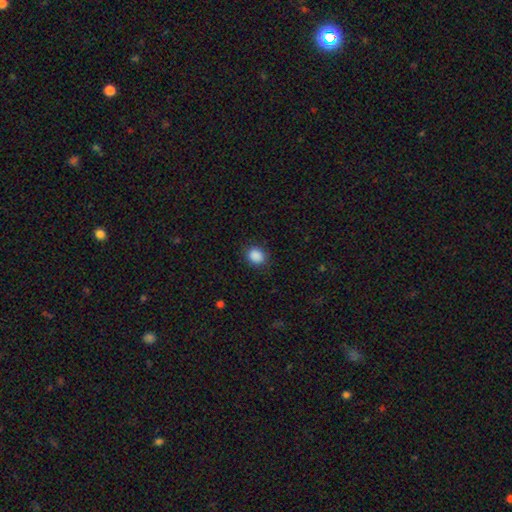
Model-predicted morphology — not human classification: smooth_or_featured: smooth (p=0.88) [alt: star or artifact p=0.09]
how_rounded: round (p=0.62) [alt: in between p=0.37]
merging: none (p=0.85) [alt: minor disturbance p=0.10]